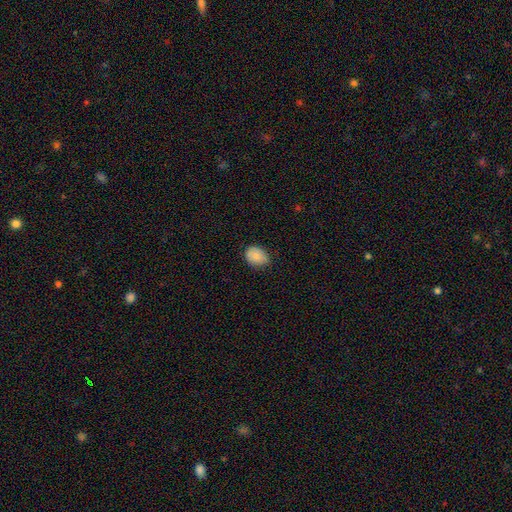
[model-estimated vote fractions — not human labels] Smooth or featured? Predicted: smooth (p=0.85). How rounded? Predicted: in between (p=0.67). Merging? Predicted: none (p=0.72).